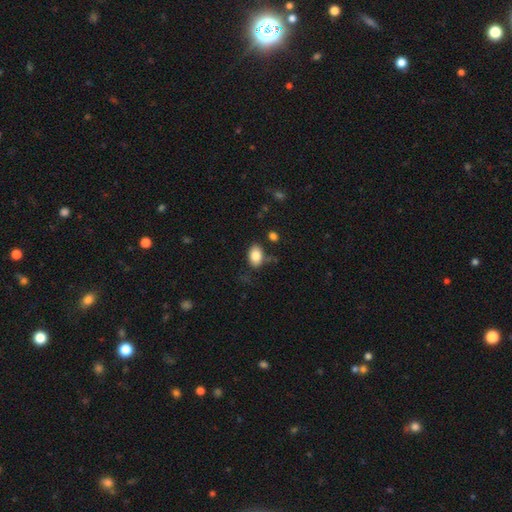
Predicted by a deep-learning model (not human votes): This is clearly a smooth galaxy (84%). How rounded: clearly in between (86%). Merging: likely none (72%).